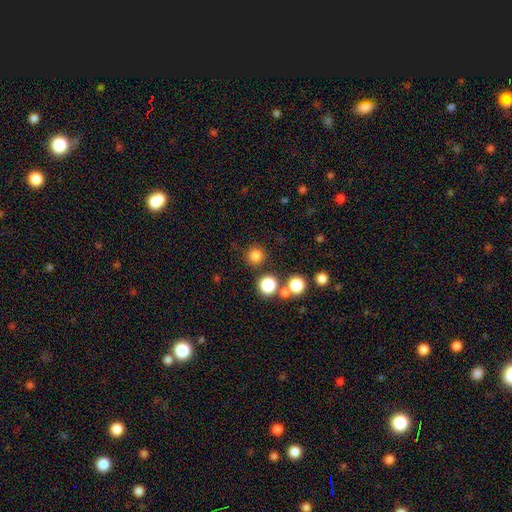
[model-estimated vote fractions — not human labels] The model was most divided on "smooth or featured": smooth: 81%, star or artifact: 15%, featured or disk: 4%. More confident: how rounded — round (95%); merging — none (84%).